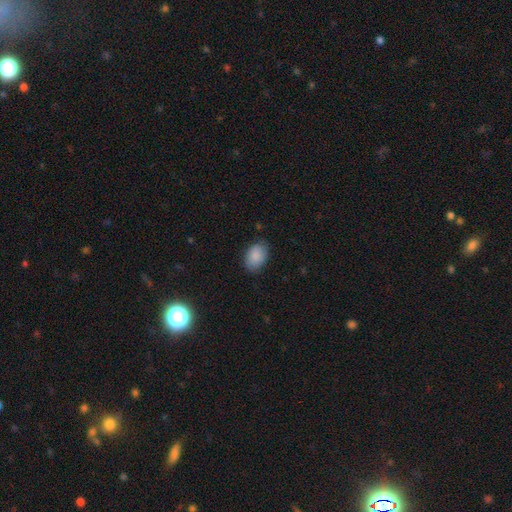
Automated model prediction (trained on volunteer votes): Smooth or featured?
  - smooth: 88% *
  - star or artifact: 7%
  - featured or disk: 6%
How rounded?
  - in between: 85% *
  - round: 14%
  - cigar-shaped: 1%
Merging?
  - none: 80% *
  - minor disturbance: 16%
  - major disturbance: 3%
  - merger: 1%